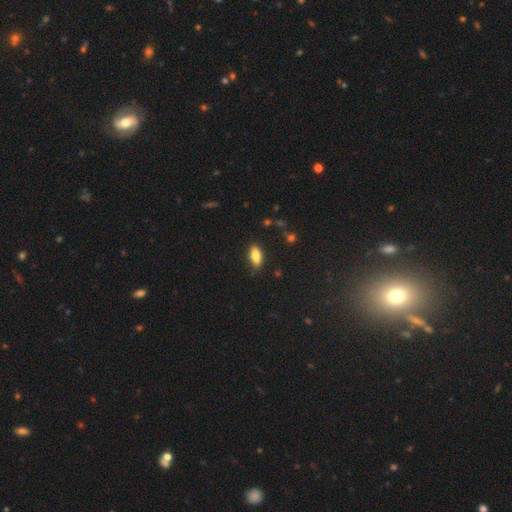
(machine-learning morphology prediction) Q: Smooth or featured?
A: smooth (82%); runner-up: featured or disk (11%)
Q: How rounded?
A: in between (83%); runner-up: cigar-shaped (14%)
Q: Merging?
A: none (77%); runner-up: minor disturbance (18%)